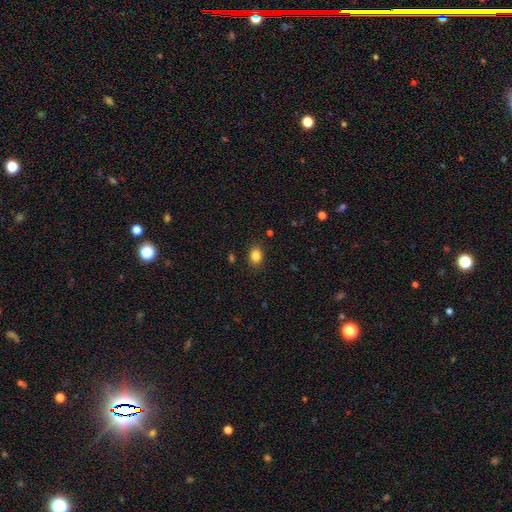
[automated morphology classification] smooth_or_featured: smooth (p=0.85) [alt: star or artifact p=0.10]
how_rounded: in between (p=0.65) [alt: round p=0.34]
merging: none (p=0.87) [alt: minor disturbance p=0.09]